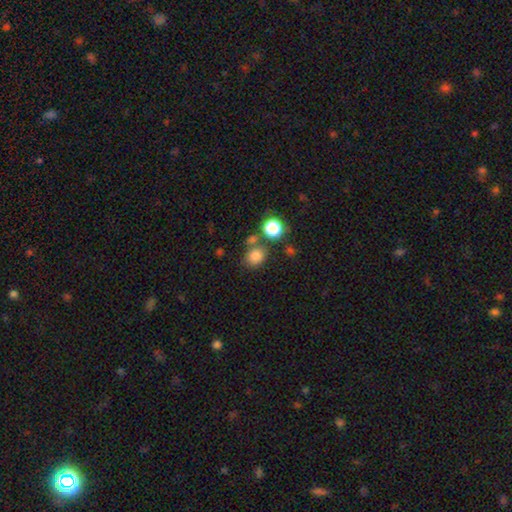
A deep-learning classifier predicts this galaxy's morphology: Q: Smooth or featured?
A: smooth (80%); runner-up: star or artifact (14%)
Q: How rounded?
A: round (64%); runner-up: in between (35%)
Q: Merging?
A: none (65%); runner-up: merger (19%)